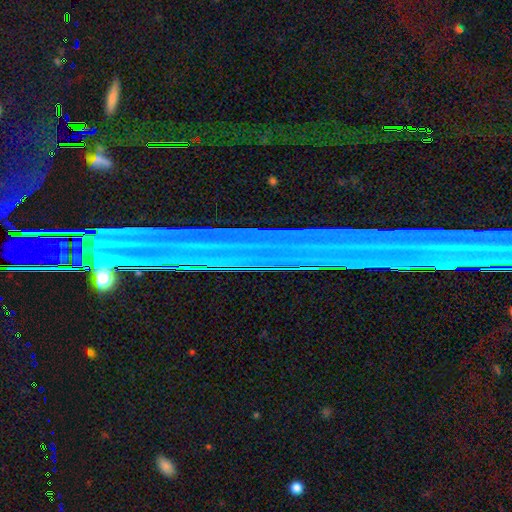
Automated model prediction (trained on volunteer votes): Smooth or featured?
  - star or artifact: 79% *
  - featured or disk: 12%
  - smooth: 8%